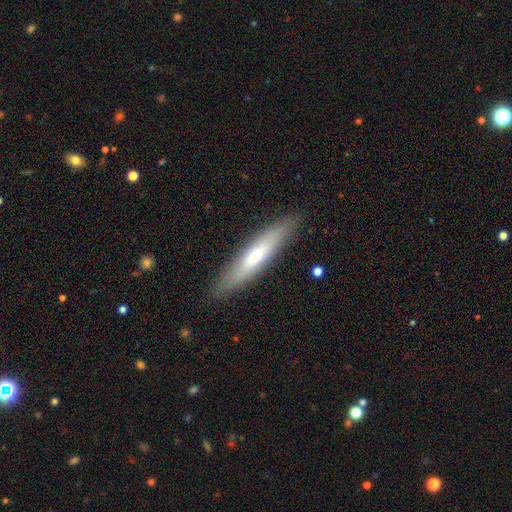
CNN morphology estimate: Overall: smooth (60%; featured or disk 34%). How rounded: cigar-shaped (84%). Merging: none (88%).